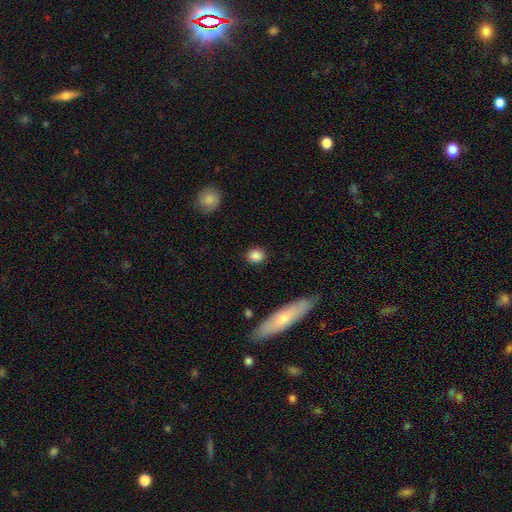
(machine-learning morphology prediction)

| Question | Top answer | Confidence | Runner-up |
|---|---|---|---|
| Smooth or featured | smooth | 86% | star or artifact (9%) |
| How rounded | round | 77% | in between (21%) |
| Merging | none | 87% | minor disturbance (8%) |